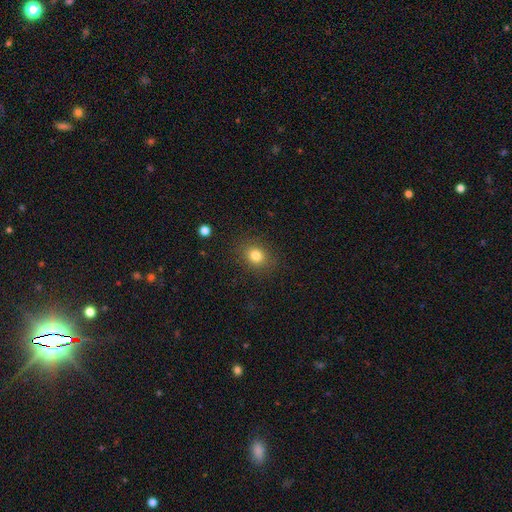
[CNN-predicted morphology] Smooth or featured? Predicted: smooth (p=0.81). How rounded? Predicted: round (p=0.58). Merging? Predicted: none (p=0.86).